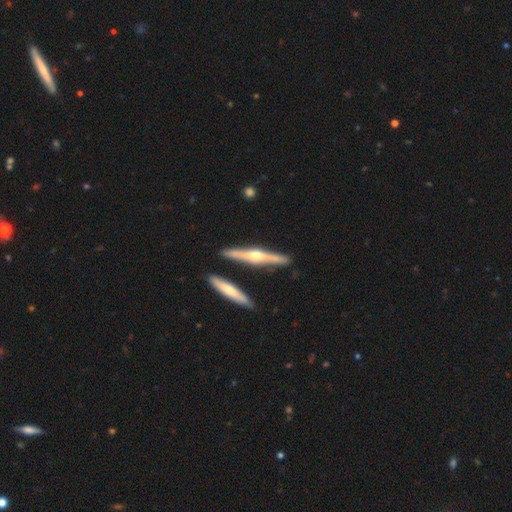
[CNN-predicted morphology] Smooth or featured?
  - featured or disk: 74% *
  - smooth: 21%
  - star or artifact: 5%
Edge-on disk?
  - yes: 97% *
  - no: 3%
Edge-on bulge?
  - rounded: 91% *
  - none: 5%
  - boxy: 4%
Merging?
  - none: 84% *
  - minor disturbance: 8%
  - merger: 6%
  - major disturbance: 2%